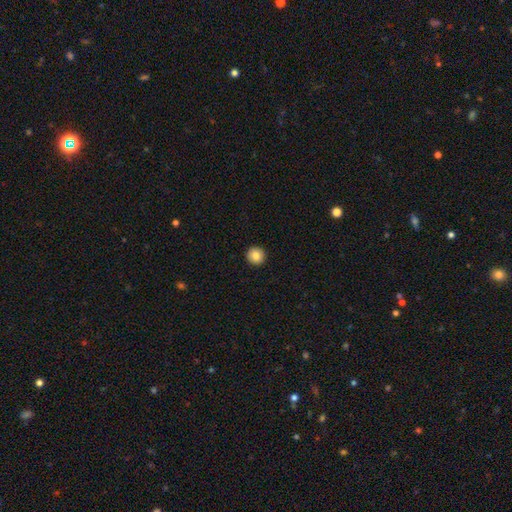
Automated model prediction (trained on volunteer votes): Smooth or featured: smooth — 85% (star or artifact — 9%)
How rounded: round — 95% (in between — 4%)
Merging: none — 94% (minor disturbance — 4%)